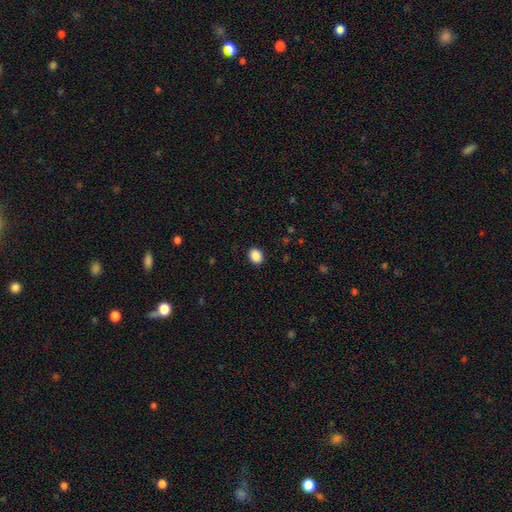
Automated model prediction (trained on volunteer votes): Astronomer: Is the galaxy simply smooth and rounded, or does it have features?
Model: smooth — 89%.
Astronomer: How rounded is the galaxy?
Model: in between — 54% (runner-up: round, 45%).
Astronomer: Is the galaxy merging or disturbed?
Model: none — 90%.